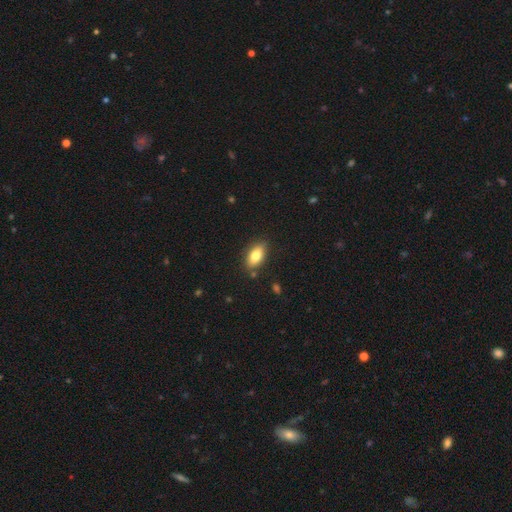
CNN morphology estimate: Smooth or featured? smooth (78%)
How rounded? in between (87%)
Merging? none (83%)